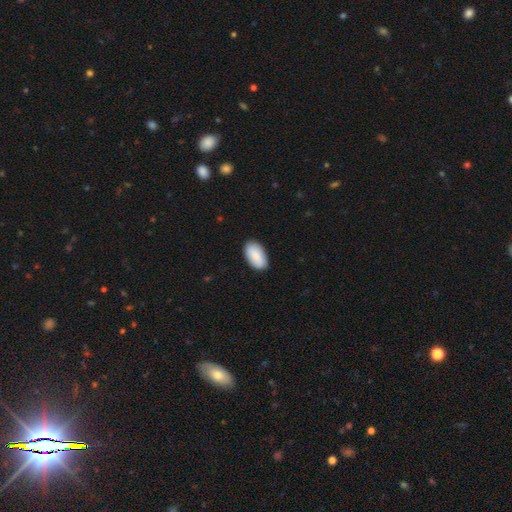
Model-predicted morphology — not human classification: This is clearly a smooth galaxy (88%). How rounded: clearly in between (96%). Merging: clearly none (87%).